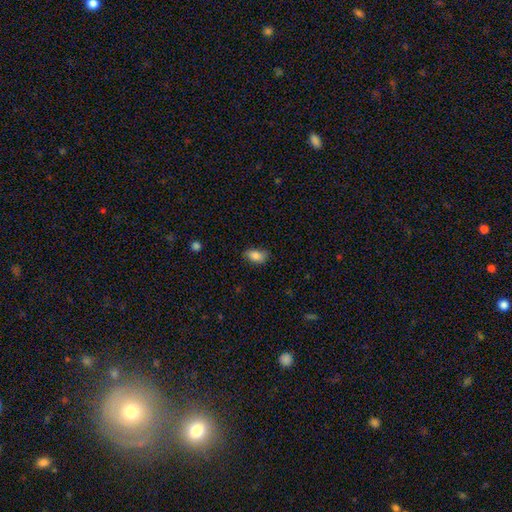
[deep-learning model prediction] The model was most divided on "merging": none: 75%, minor disturbance: 20%, major disturbance: 4%, merger: 1%. More confident: how rounded — in between (89%); smooth or featured — smooth (86%).